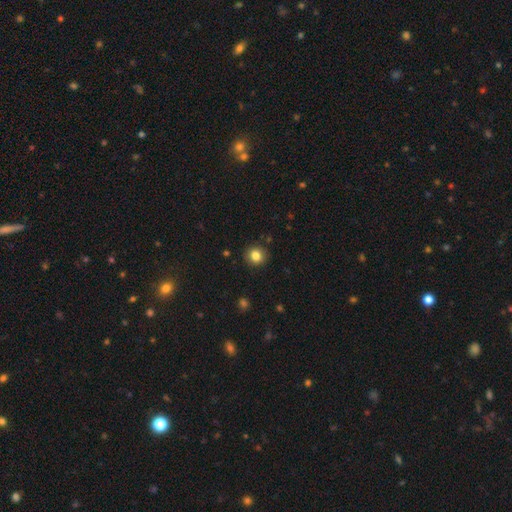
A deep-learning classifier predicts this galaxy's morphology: Smooth or featured?
  - smooth: 83% *
  - star or artifact: 11%
  - featured or disk: 6%
How rounded?
  - round: 89% *
  - in between: 10%
  - cigar-shaped: 1%
Merging?
  - none: 91% *
  - minor disturbance: 6%
  - major disturbance: 2%
  - merger: 1%